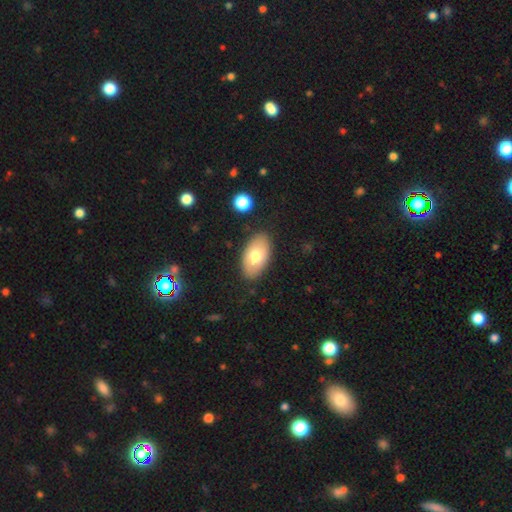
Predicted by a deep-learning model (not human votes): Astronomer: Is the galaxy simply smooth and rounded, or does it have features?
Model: smooth — 71%.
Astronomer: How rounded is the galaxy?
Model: in between — 94%.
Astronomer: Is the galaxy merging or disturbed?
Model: none — 85%.